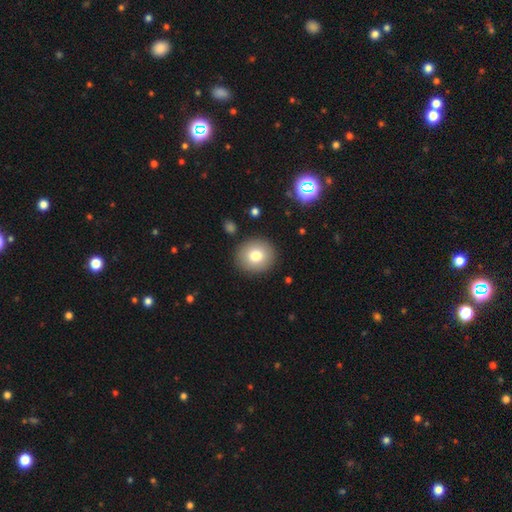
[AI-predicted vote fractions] smooth_or_featured: smooth (p=0.77) [alt: featured or disk p=0.13]
how_rounded: round (p=0.87) [alt: in between p=0.12]
merging: none (p=0.90) [alt: minor disturbance p=0.06]